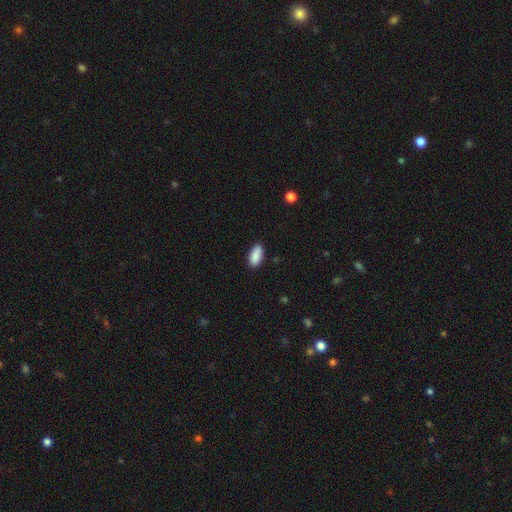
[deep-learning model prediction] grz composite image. It shows a smooth galaxy with no disk features (89%) that is in between round and cigar-shaped (87%). Merging: none (84%).